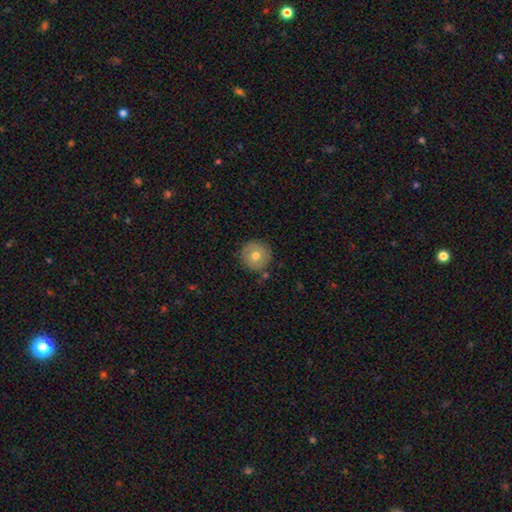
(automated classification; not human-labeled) smooth_or_featured: smooth (p=0.68) [alt: featured or disk p=0.24]
how_rounded: round (p=0.95) [alt: in between p=0.04]
merging: none (p=0.85) [alt: minor disturbance p=0.10]